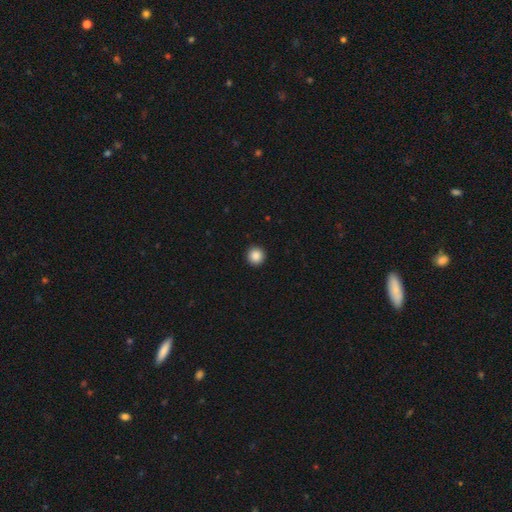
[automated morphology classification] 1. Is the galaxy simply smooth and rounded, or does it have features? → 88% smooth, 10% star or artifact, 3% featured or disk.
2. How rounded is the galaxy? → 96% round, 3% in between, 1% cigar-shaped.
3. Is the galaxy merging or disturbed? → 93% none, 4% minor disturbance, 1% major disturbance, 1% merger.